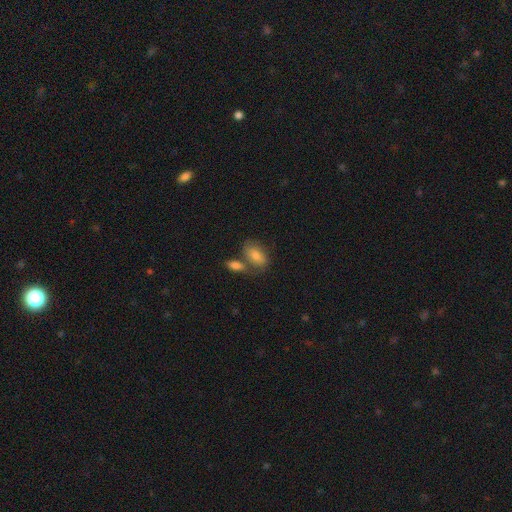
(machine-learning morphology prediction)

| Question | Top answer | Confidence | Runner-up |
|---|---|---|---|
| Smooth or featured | smooth | 79% | featured or disk (14%) |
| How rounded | in between | 89% | round (7%) |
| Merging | none | 49% | merger (32%) |